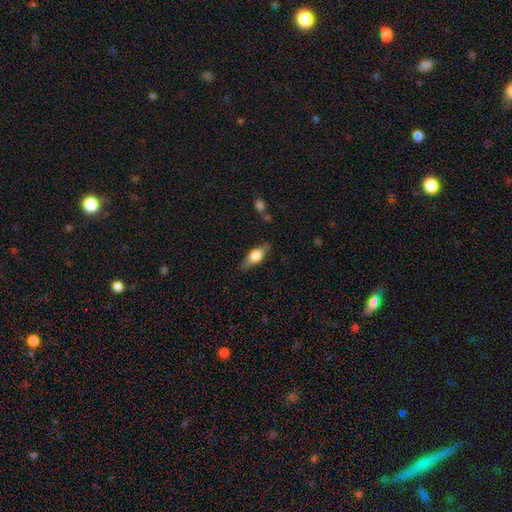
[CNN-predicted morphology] A smooth galaxy with no disk features (59%) that is in between round and cigar-shaped (72%).

Vote fractions:
- Smooth or featured? smooth: 59% / featured or disk: 34% / star or artifact: 7%
- How rounded? in between: 72% / cigar-shaped: 23% / round: 4%
- Merging? none: 80% / minor disturbance: 15% / major disturbance: 4% / merger: 2%